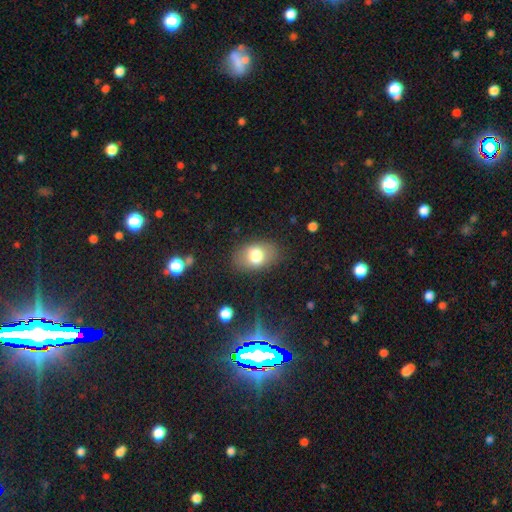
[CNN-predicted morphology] Overall: smooth (74%). How rounded: in between (84%). Merging: none (81%).